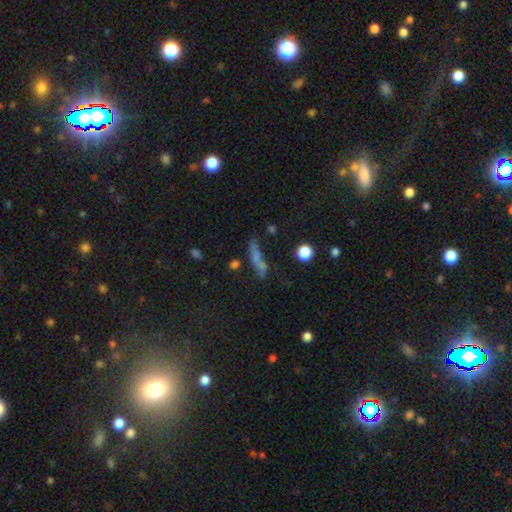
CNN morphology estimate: Smooth or featured? smooth (55%)
How rounded? cigar-shaped (76%)
Merging? none (57%)